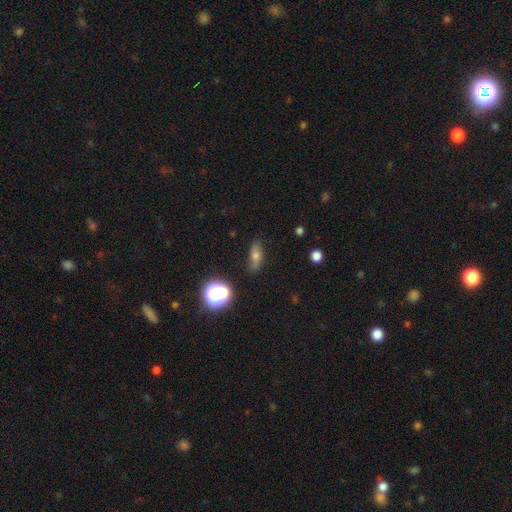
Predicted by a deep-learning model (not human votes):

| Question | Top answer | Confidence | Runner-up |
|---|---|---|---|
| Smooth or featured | smooth | 59% | featured or disk (26%) |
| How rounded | in between | 65% | cigar-shaped (23%) |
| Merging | none | 77% | minor disturbance (17%) |